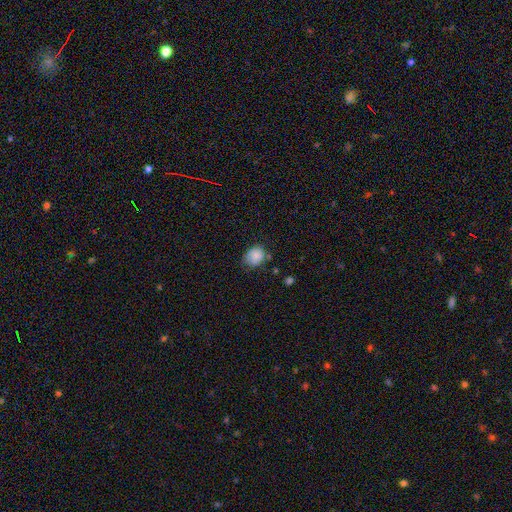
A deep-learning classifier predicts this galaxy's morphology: This appears to be a smooth galaxy with no disk features (84%) that is round (52%). Merging: none (58%).